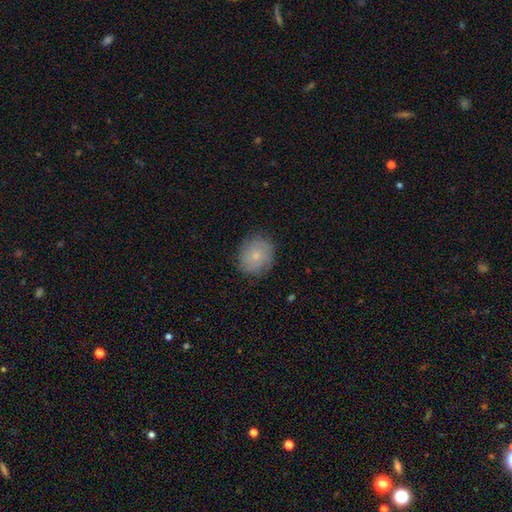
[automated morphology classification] Smooth or featured? smooth (71%)
How rounded? round (75%)
Merging? none (83%)